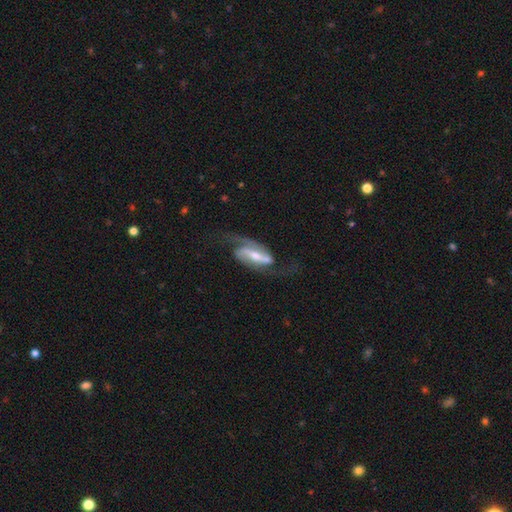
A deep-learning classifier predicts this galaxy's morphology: Smooth or featured? Predicted: featured or disk (p=0.87). Edge-on disk? Predicted: no (p=0.93). Bar? Predicted: strong (p=0.61). Spiral arms? Predicted: yes (p=0.96). Spiral winding? Predicted: loose (p=0.45). Spiral arm count? Predicted: 2 (p=0.91). Bulge size? Predicted: moderate (p=0.50). Merging? Predicted: none (p=0.65).